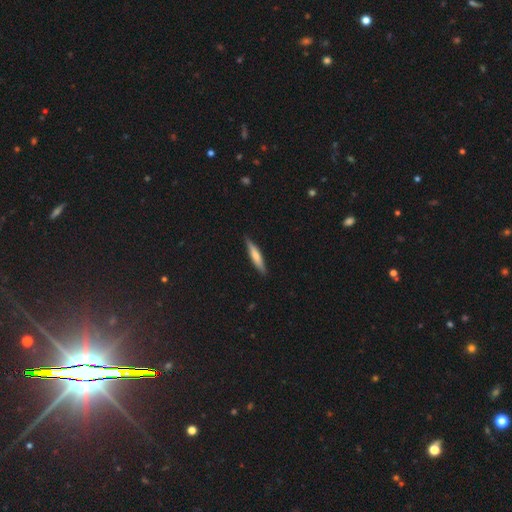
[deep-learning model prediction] A smooth galaxy with no disk features (63%) that is cigar-shaped (88%). Merging: none (88%).